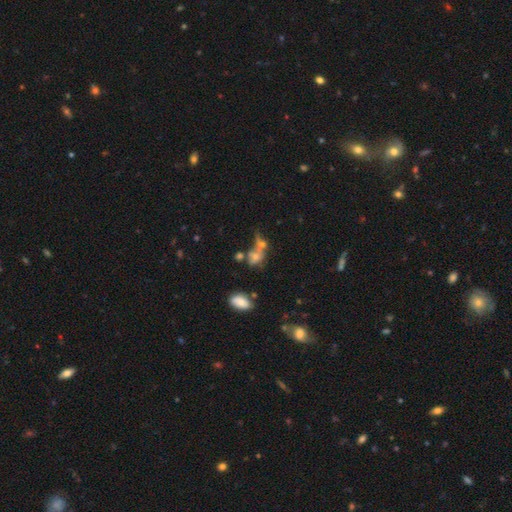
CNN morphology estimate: type=smooth (56%); roundness=in between (66%); merging=merger (48%).